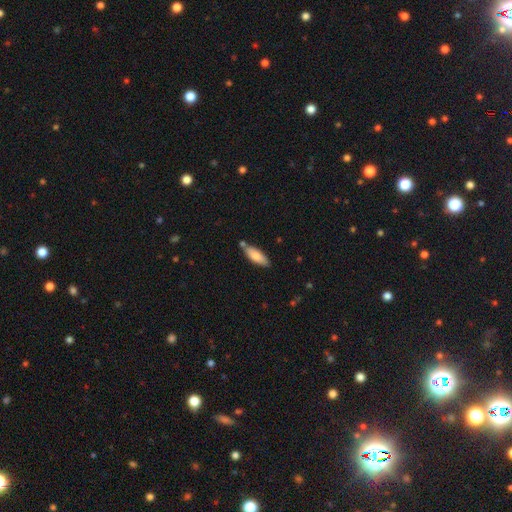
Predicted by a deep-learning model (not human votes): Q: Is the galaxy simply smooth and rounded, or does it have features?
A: smooth — 78%.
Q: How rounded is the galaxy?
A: in between — 63%.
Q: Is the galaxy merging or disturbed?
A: none — 71%.